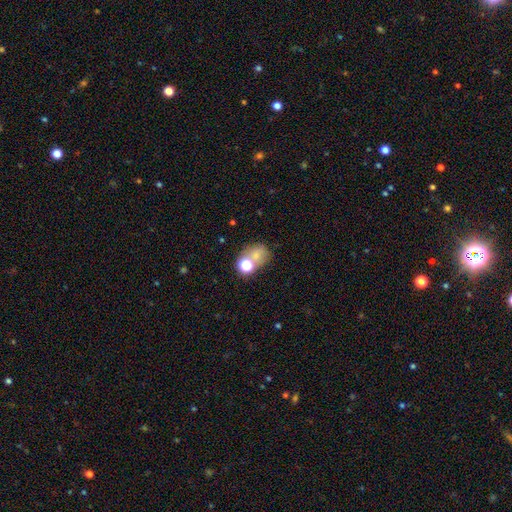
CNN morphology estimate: This is likely a smooth galaxy (65%). How rounded: likely round (61%). Merging: possibly none (47%).